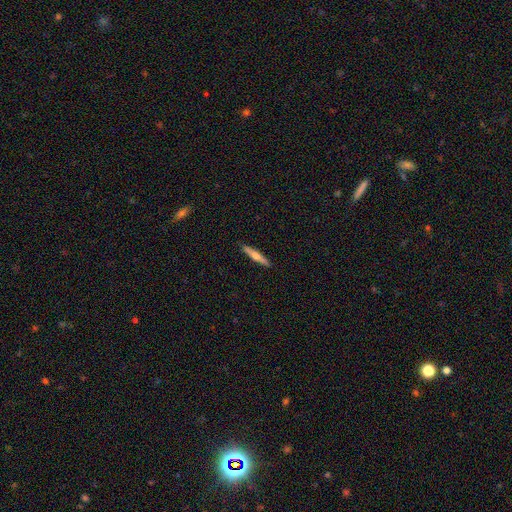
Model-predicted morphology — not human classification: Overall: smooth (51%; featured or disk 44%). How rounded: cigar-shaped (91%). Merging: none (91%).